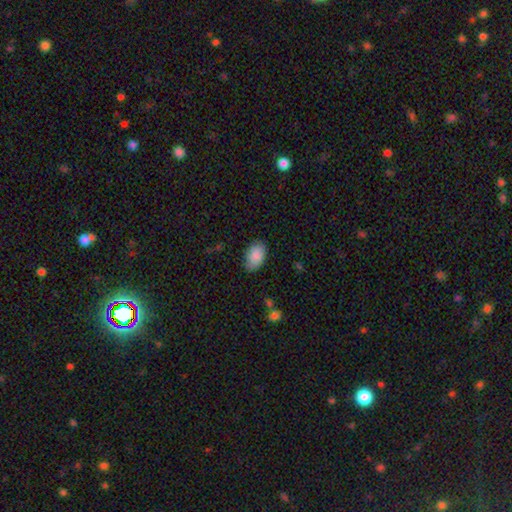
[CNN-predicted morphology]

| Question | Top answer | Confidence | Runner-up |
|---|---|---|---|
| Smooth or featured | smooth | 87% | featured or disk (7%) |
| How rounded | in between | 91% | round (8%) |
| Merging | none | 77% | minor disturbance (18%) |